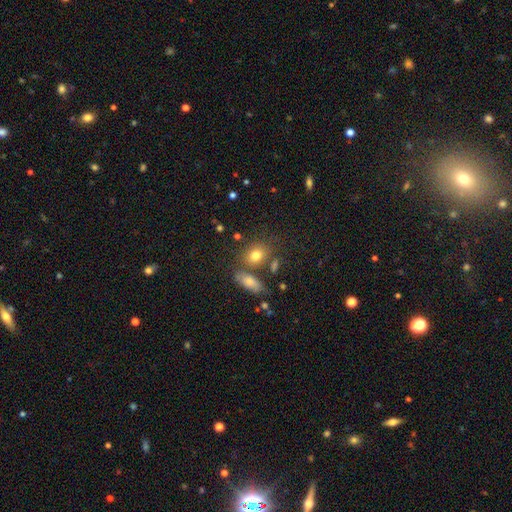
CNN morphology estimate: smooth-or-featured: smooth: 78% | featured or disk: 12% | star or artifact: 10%
  how-rounded: in between: 58% | round: 40% | cigar-shaped: 2%
  merging: none: 65% | merger: 18% | minor disturbance: 13% | major disturbance: 5%